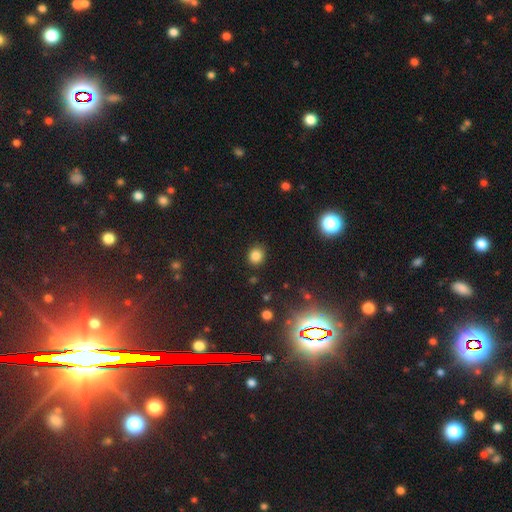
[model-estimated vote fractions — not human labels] smooth-or-featured: smooth: 81% | star or artifact: 14% | featured or disk: 4%
  how-rounded: round: 77% | in between: 22% | cigar-shaped: 1%
  merging: none: 86% | minor disturbance: 10% | major disturbance: 3% | merger: 2%